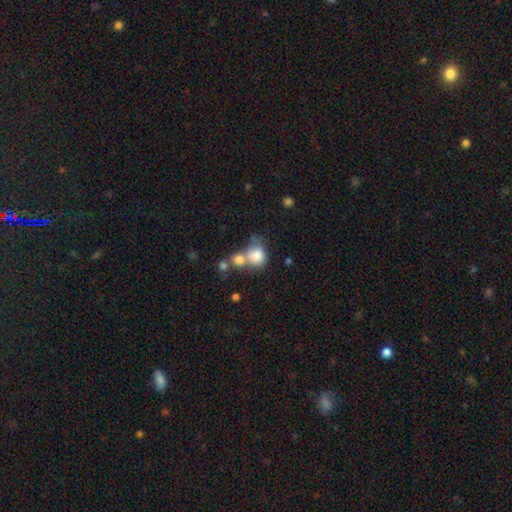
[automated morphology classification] Smooth or featured? smooth (79%)
How rounded? round (73%)
Merging? merger (52%)